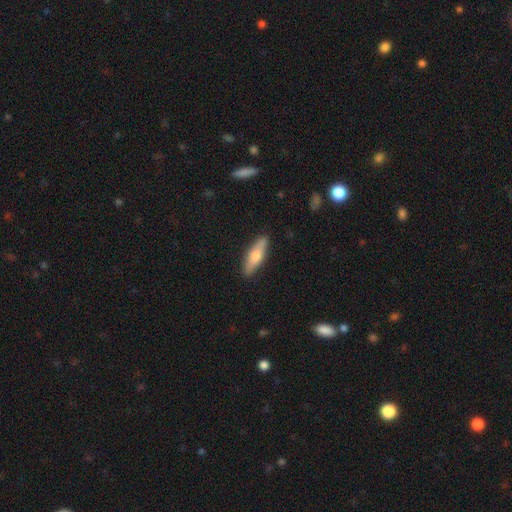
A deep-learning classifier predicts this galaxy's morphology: type=smooth (56%); roundness=cigar-shaped (66%); merging=none (88%).